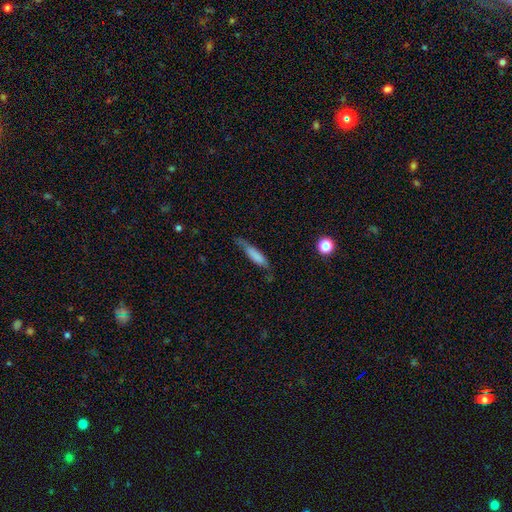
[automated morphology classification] A smooth galaxy with no disk features (73%) that is cigar-shaped (75%).

Vote fractions:
- Smooth or featured? smooth: 73% / featured or disk: 20% / star or artifact: 7%
- How rounded? cigar-shaped: 75% / in between: 23% / round: 2%
- Merging? none: 54% / minor disturbance: 32% / major disturbance: 11% / merger: 3%